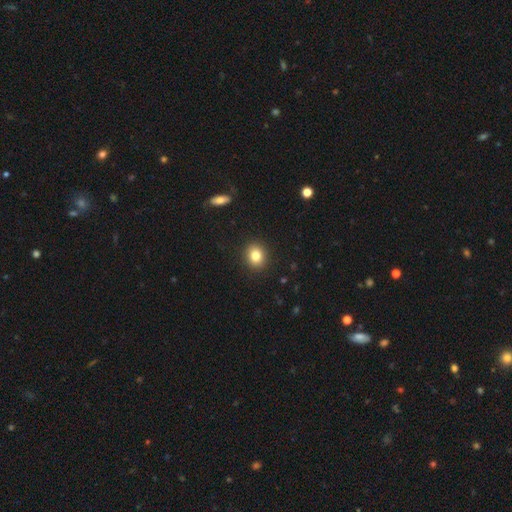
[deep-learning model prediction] Smooth or featured: smooth — 82% (star or artifact — 10%)
How rounded: round — 68% (in between — 31%)
Merging: none — 91% (minor disturbance — 6%)